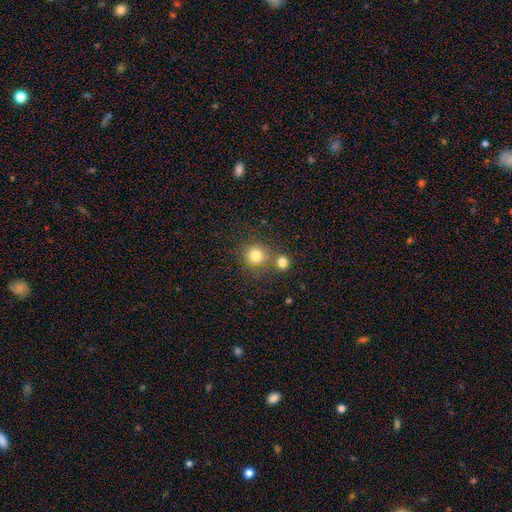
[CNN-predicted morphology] type=smooth (79%); roundness=round (90%); merging=none (62%).